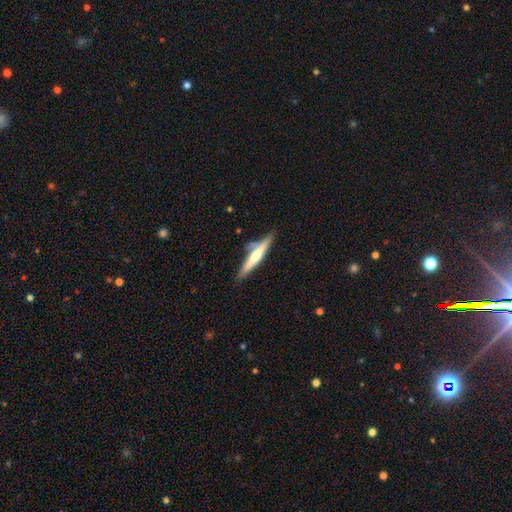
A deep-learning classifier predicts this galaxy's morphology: featured or disk 49%, smooth 45%, star or artifact 6%. Down the decision tree: merging — none (67%).